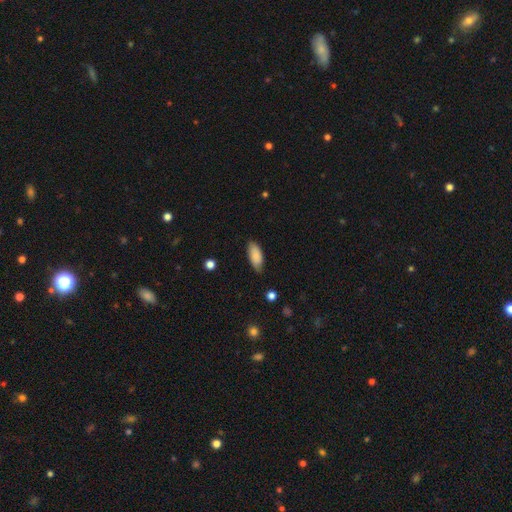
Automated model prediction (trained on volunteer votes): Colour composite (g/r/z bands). It shows a smooth galaxy with no disk features (86%) that is in between round and cigar-shaped (86%). Merging: none (76%).